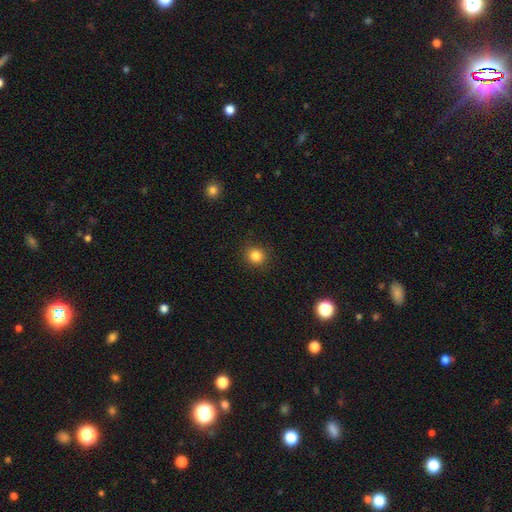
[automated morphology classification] Overall: smooth (84%). How rounded: round (89%). Merging: none (90%).